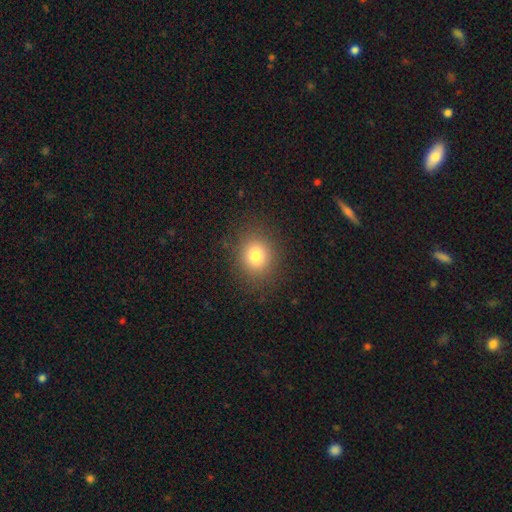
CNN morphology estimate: Smooth or featured?
  - smooth: 79% *
  - star or artifact: 13%
  - featured or disk: 8%
How rounded?
  - round: 77% *
  - in between: 22%
  - cigar-shaped: 1%
Merging?
  - none: 87% *
  - minor disturbance: 8%
  - major disturbance: 4%
  - merger: 1%